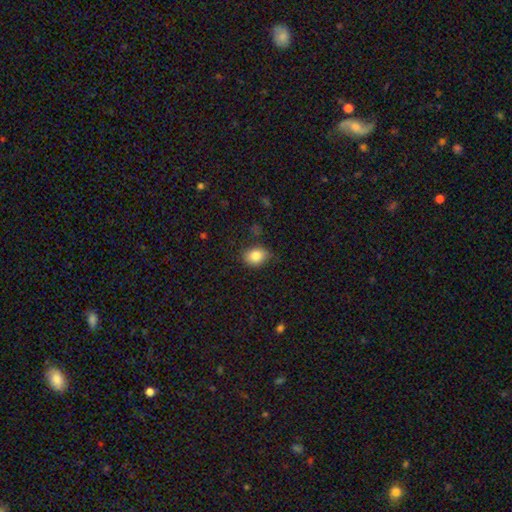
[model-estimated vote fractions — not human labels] smooth_or_featured: smooth (p=0.85) [alt: star or artifact p=0.09]
how_rounded: in between (p=0.59) [alt: round p=0.40]
merging: none (p=0.74) [alt: minor disturbance p=0.20]